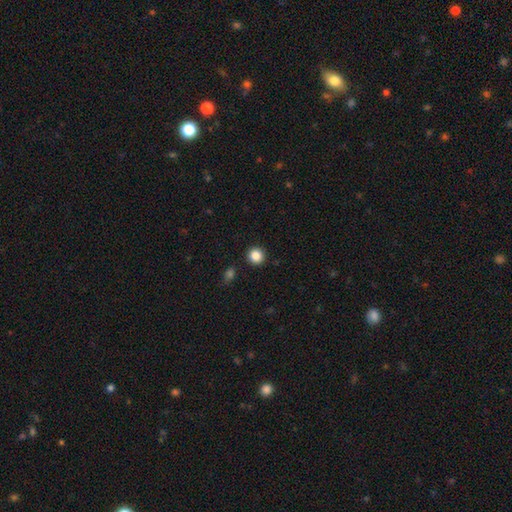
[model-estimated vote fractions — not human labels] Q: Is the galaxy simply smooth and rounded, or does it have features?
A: smooth — 86%.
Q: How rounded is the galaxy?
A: round — 93%.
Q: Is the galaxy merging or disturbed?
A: none — 91%.